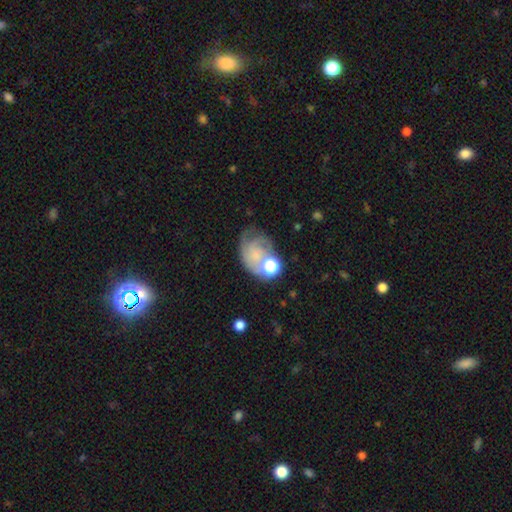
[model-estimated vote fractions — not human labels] smooth_or_featured: featured or disk (p=0.50) [alt: smooth p=0.38]
merging: none (p=0.38) [alt: minor disturbance p=0.22]